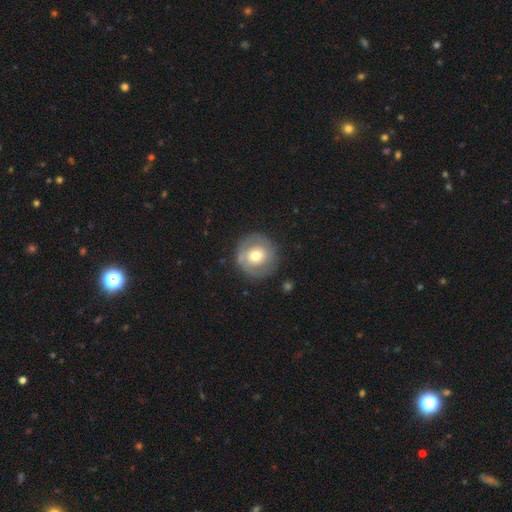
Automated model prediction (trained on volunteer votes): smooth_or_featured: smooth (p=0.47) [alt: featured or disk p=0.46]
merging: none (p=0.81) [alt: minor disturbance p=0.12]